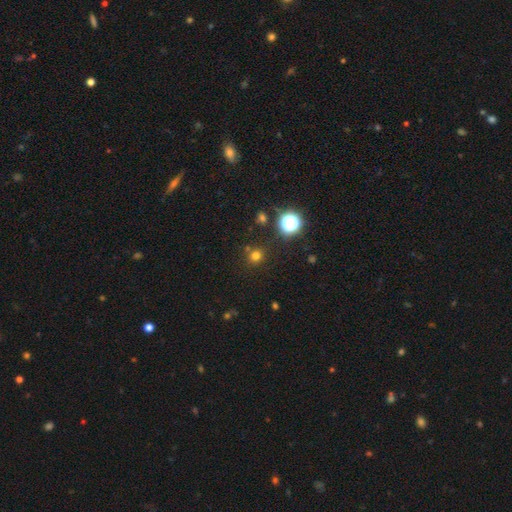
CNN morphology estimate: Smooth or featured: smooth — 70% (star or artifact — 25%)
How rounded: round — 90% (in between — 9%)
Merging: none — 85% (minor disturbance — 8%)